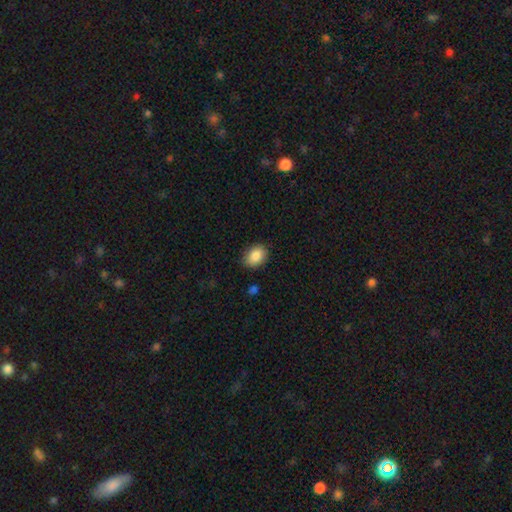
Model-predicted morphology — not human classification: smooth_or_featured: smooth (p=0.87) [alt: star or artifact p=0.07]
how_rounded: in between (p=0.78) [alt: round p=0.21]
merging: none (p=0.85) [alt: minor disturbance p=0.11]